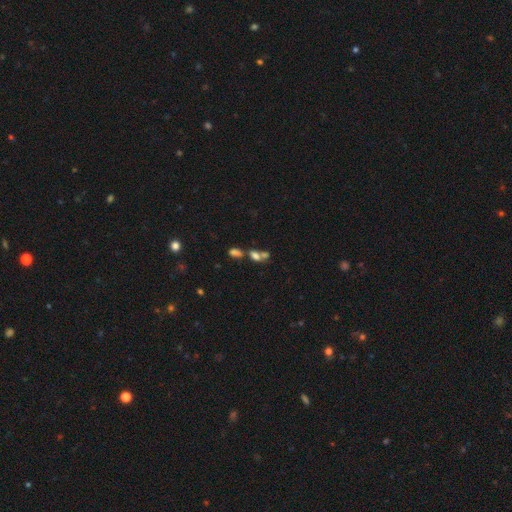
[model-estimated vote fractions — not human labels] This appears to be a smooth galaxy with no disk features (64%) that is in between round and cigar-shaped (75%). Merging: merger (58%).